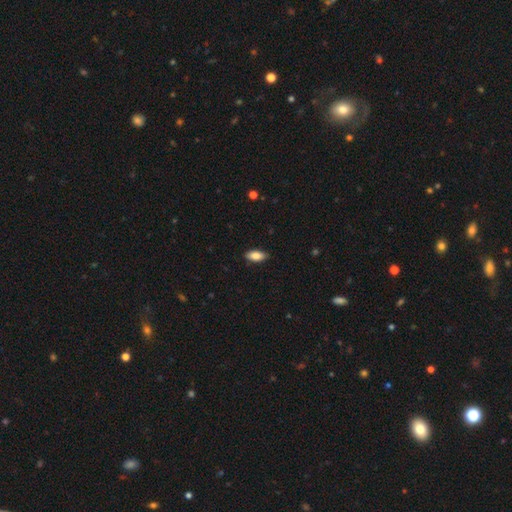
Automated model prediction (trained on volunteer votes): Smooth or featured: smooth — 84% (featured or disk — 10%)
How rounded: in between — 88% (cigar-shaped — 9%)
Merging: none — 87% (minor disturbance — 10%)